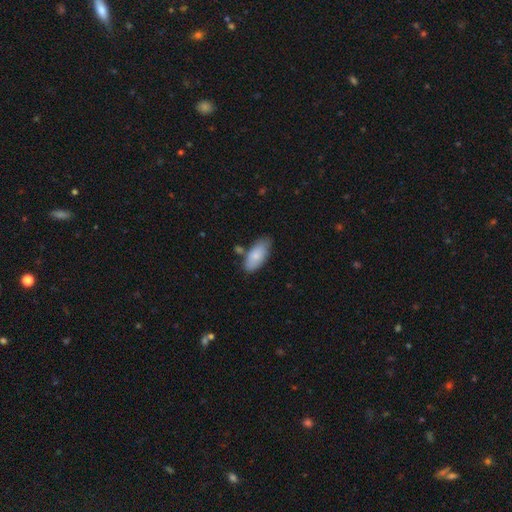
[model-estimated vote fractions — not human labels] Smooth or featured? smooth (83%)
How rounded? in between (87%)
Merging? none (71%)